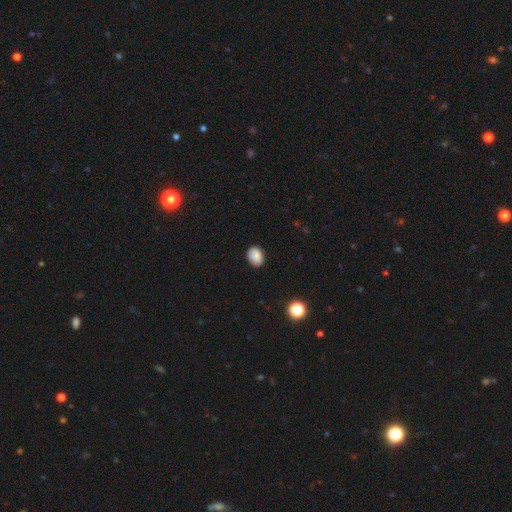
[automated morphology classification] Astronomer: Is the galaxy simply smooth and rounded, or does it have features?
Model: smooth — 87%.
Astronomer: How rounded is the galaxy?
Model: in between — 62% (runner-up: round, 37%).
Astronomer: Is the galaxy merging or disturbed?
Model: none — 84%.